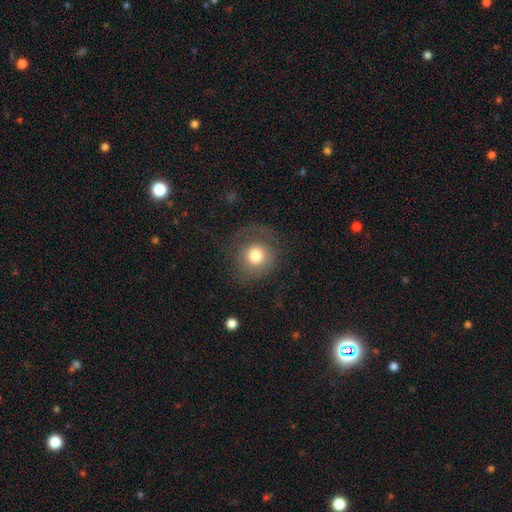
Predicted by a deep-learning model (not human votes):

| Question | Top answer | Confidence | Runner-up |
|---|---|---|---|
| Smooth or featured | smooth | 74% | featured or disk (16%) |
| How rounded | round | 90% | in between (9%) |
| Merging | none | 66% | major disturbance (17%) |